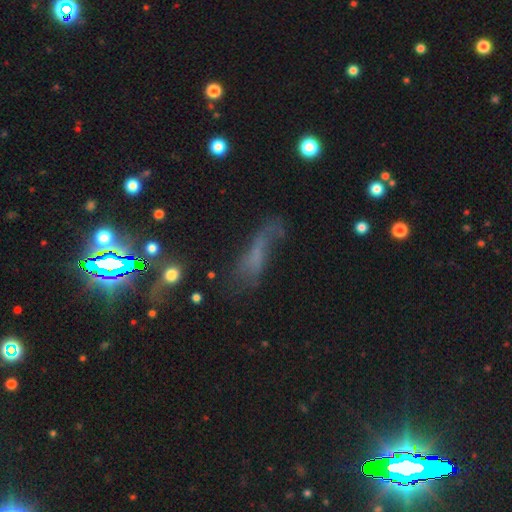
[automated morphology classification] This appears to be a smooth galaxy with no disk features (45%). Merging: none (39%).